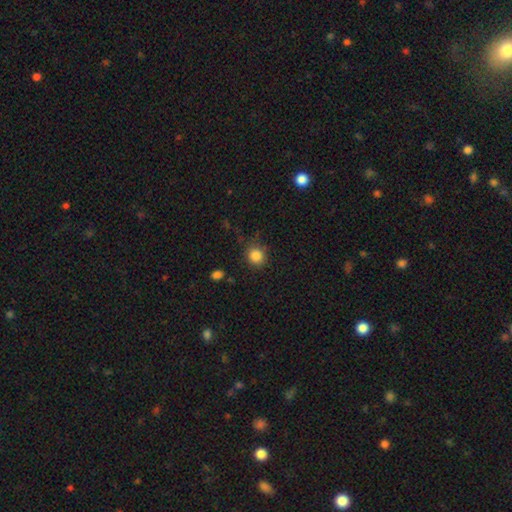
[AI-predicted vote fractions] A smooth galaxy with no disk features (85%) that is round (86%).

Vote fractions:
- Smooth or featured? smooth: 85% / star or artifact: 11% / featured or disk: 5%
- How rounded? round: 86% / in between: 13% / cigar-shaped: 1%
- Merging? none: 82% / minor disturbance: 12% / major disturbance: 4% / merger: 2%